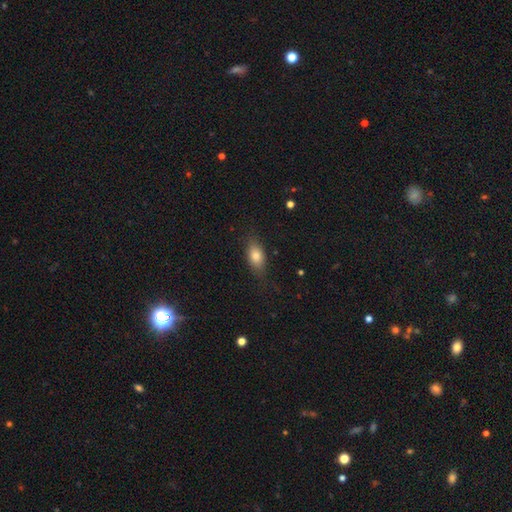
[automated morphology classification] type=smooth (78%); roundness=in between (84%); merging=none (79%).